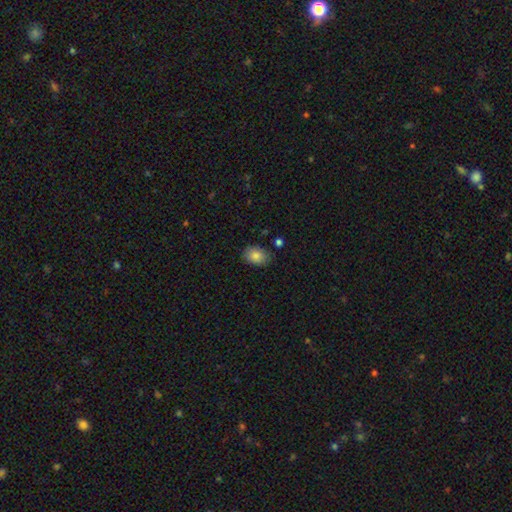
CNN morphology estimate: type=smooth (84%); roundness=in between (75%); merging=none (81%).